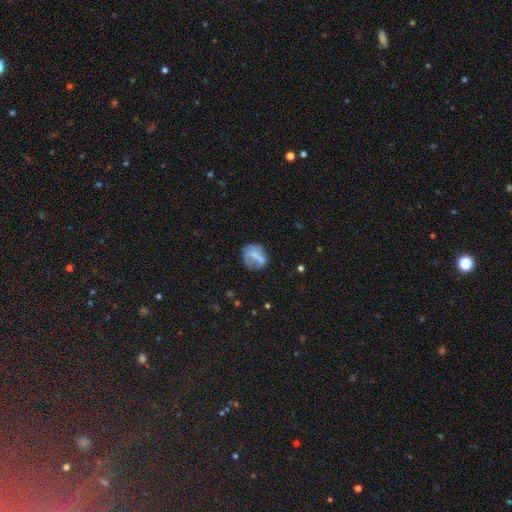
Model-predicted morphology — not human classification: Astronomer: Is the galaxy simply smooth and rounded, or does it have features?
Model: smooth — 50% (runner-up: featured or disk, 40%).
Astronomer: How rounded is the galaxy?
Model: round — 66%.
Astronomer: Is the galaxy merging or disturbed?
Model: none — 52%.